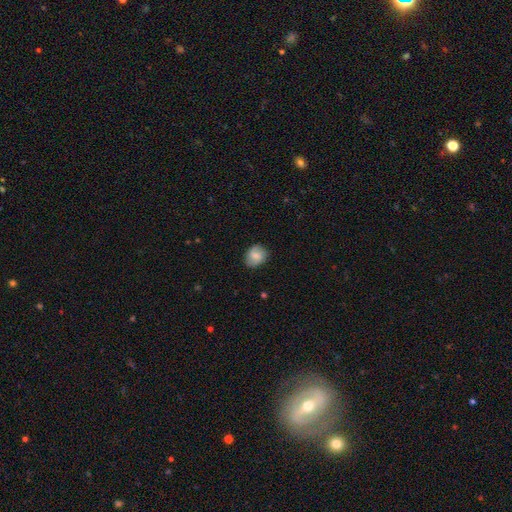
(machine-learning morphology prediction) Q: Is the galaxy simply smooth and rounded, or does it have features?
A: smooth — 63%.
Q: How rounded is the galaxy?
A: round — 56%.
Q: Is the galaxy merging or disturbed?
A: none — 79%.